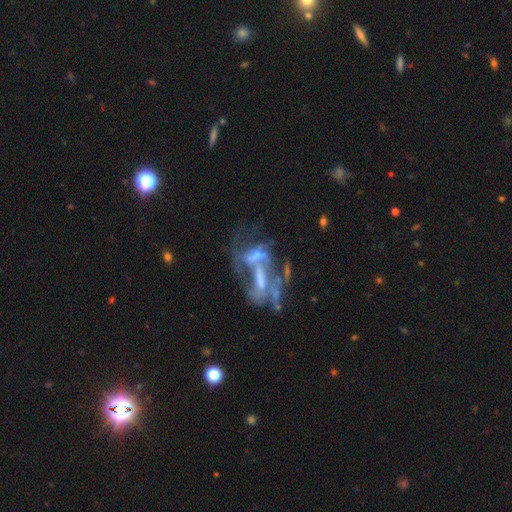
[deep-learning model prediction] Overall: featured or disk (68%). Edge-on disk: no (94%). Bar: no (54%; weak 24%). Spiral arms: no (67%; yes 33%). Bulge size: none (38%; moderate 29%). Merging: merger (35%; major disturbance 34%).